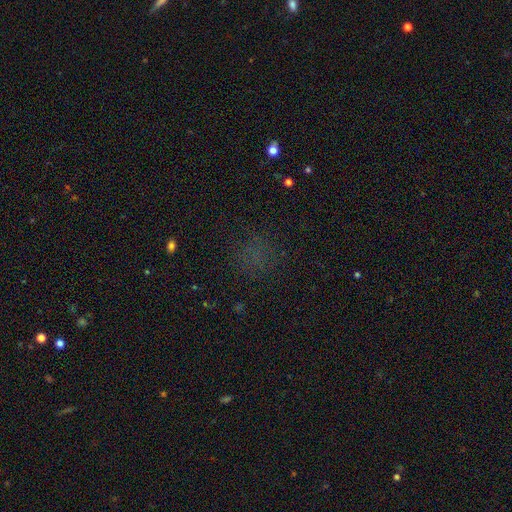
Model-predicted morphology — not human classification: This is possibly a smooth galaxy (48%). Merging: likely none (76%).